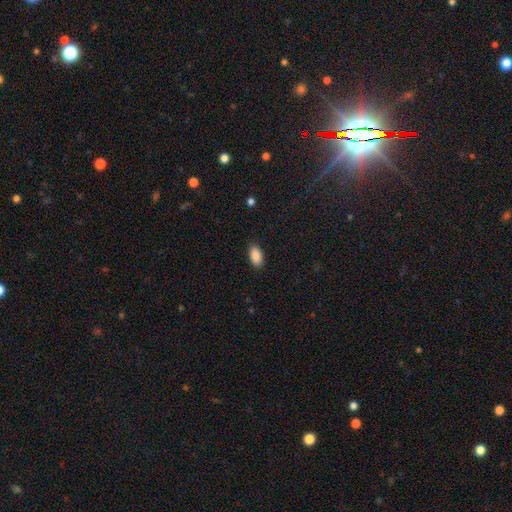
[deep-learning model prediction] Smooth or featured? Predicted: smooth (p=0.89). How rounded? Predicted: in between (p=0.93). Merging? Predicted: none (p=0.88).